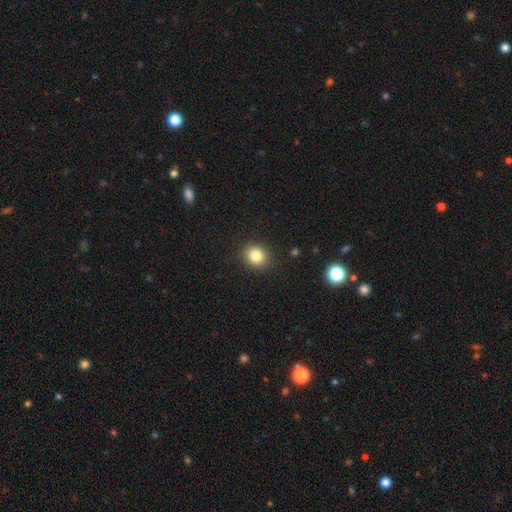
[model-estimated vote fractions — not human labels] Overall: smooth (83%). How rounded: round (75%). Merging: none (90%).